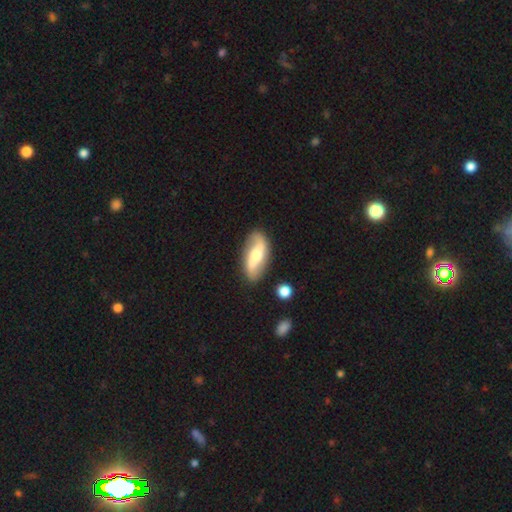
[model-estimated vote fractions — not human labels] The model was most divided on "bar": strong: 43%, weak: 32%, no: 25%. More confident: edge-on disk — no (84%); merging — none (81%); spiral arms — yes (81%); smooth or featured — featured or disk (66%); bulge size — moderate (61%).